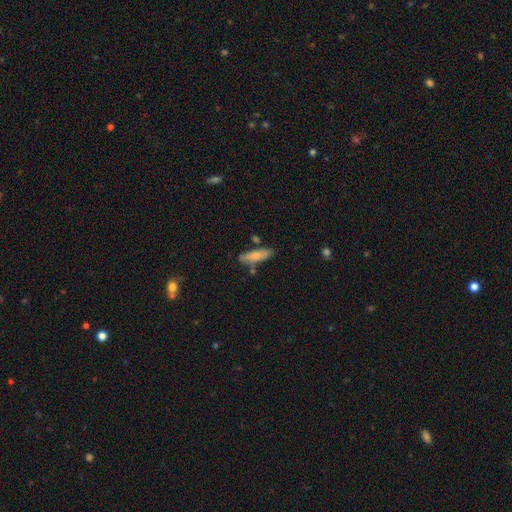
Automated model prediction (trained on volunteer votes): This appears to be a smooth galaxy with no disk features (74%) that is cigar-shaped (59%). Merging: none (74%).